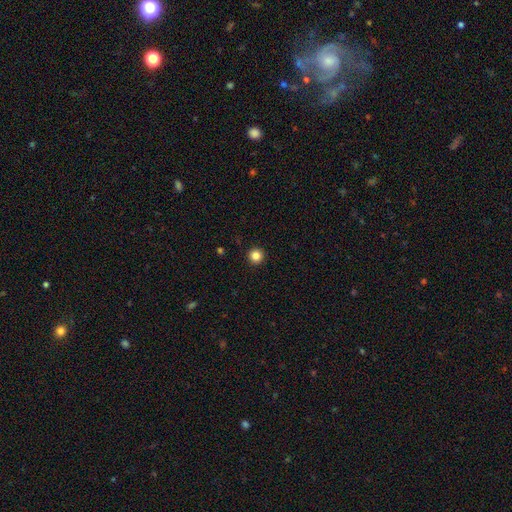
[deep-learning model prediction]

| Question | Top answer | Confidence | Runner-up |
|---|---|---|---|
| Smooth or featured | smooth | 85% | star or artifact (12%) |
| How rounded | round | 96% | in between (3%) |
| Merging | none | 93% | minor disturbance (4%) |